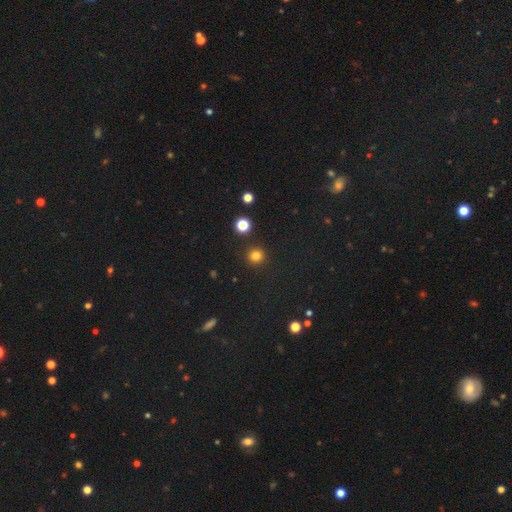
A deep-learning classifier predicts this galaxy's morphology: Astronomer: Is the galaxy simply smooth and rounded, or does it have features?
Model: smooth — 81%.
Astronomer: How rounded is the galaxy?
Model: round — 94%.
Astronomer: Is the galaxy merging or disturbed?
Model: none — 91%.